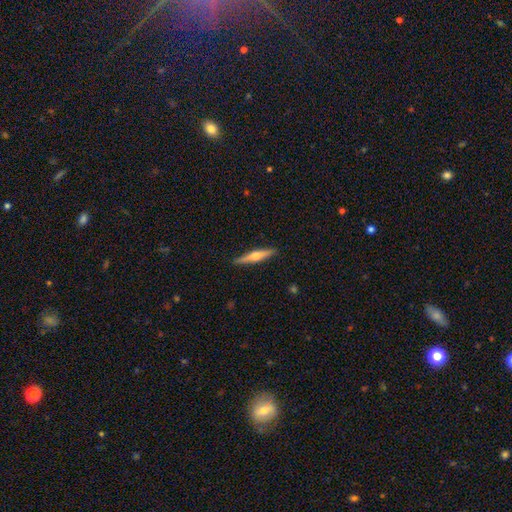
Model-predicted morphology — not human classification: featured or disk 57%, smooth 38%, star or artifact 5%. Down the decision tree: edge-on disk — yes (96%); edge-on bulge — rounded (91%); merging — none (90%).